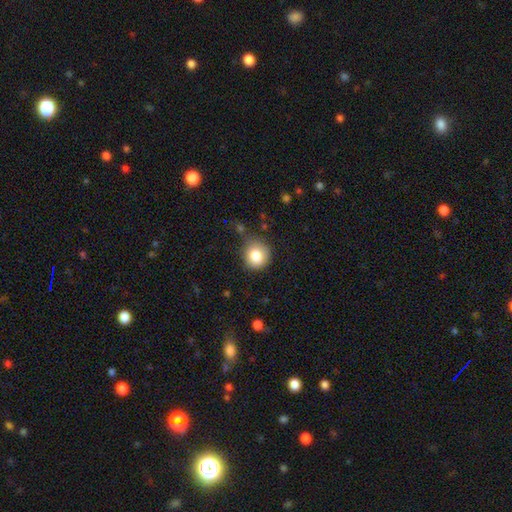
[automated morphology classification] Smooth or featured: smooth — 81% (star or artifact — 10%)
How rounded: round — 87% (in between — 12%)
Merging: none — 74% (minor disturbance — 17%)